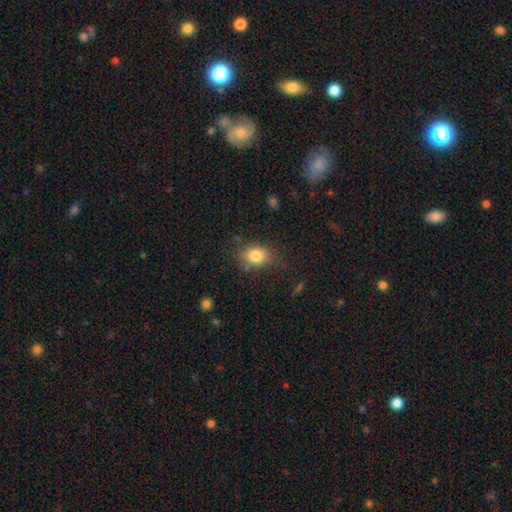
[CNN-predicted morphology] This is clearly a smooth galaxy (81%). How rounded: possibly in between (54%). Merging: likely none (73%).